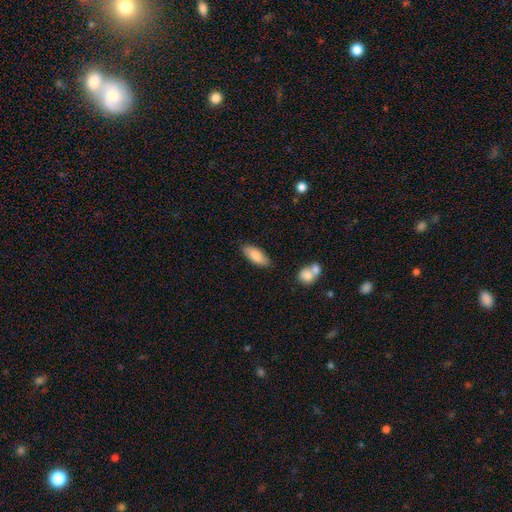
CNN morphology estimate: Smooth or featured? Predicted: smooth (p=0.84). How rounded? Predicted: in between (p=0.80). Merging? Predicted: none (p=0.83).